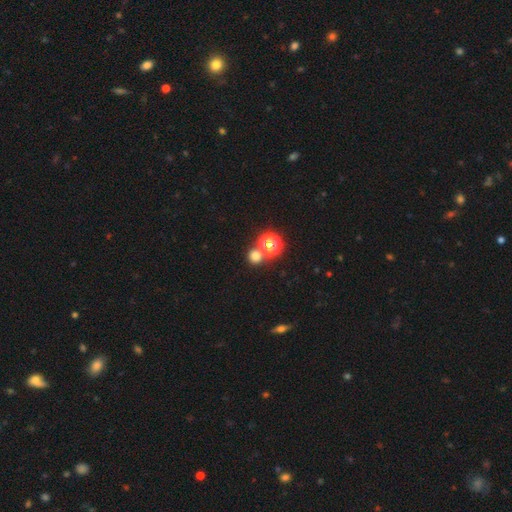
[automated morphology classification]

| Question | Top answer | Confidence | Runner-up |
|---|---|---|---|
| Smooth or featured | smooth | 71% | star or artifact (23%) |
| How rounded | round | 87% | in between (12%) |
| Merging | none | 64% | merger (26%) |